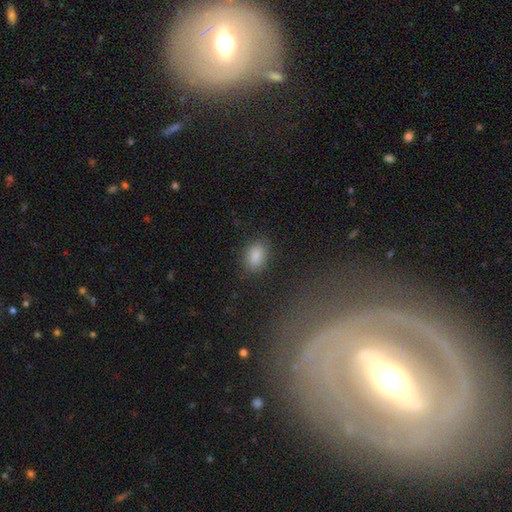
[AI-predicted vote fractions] Smooth or featured? smooth (86%)
How rounded? in between (82%)
Merging? none (81%)